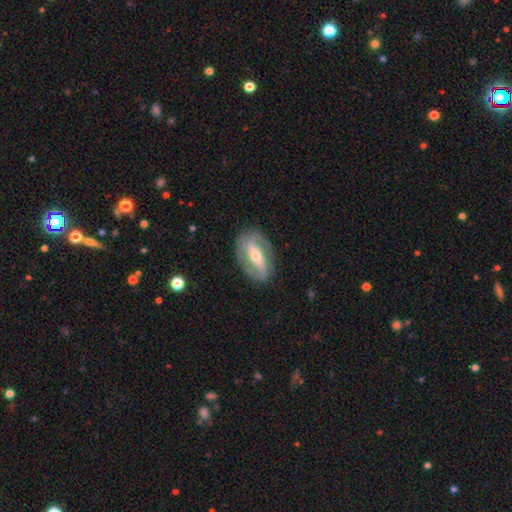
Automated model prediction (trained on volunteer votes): Q: Smooth or featured?
A: featured or disk (80%); runner-up: smooth (15%)
Q: Edge-on disk?
A: no (91%); runner-up: yes (9%)
Q: Bar?
A: strong (57%); runner-up: weak (25%)
Q: Spiral arms?
A: yes (79%); runner-up: no (21%)
Q: Spiral winding?
A: medium (39%); runner-up: tight (37%)
Q: Spiral arm count?
A: 2 (83%); runner-up: can't tell (10%)
Q: Bulge size?
A: moderate (55%); runner-up: small (40%)
Q: Merging?
A: none (81%); runner-up: minor disturbance (13%)